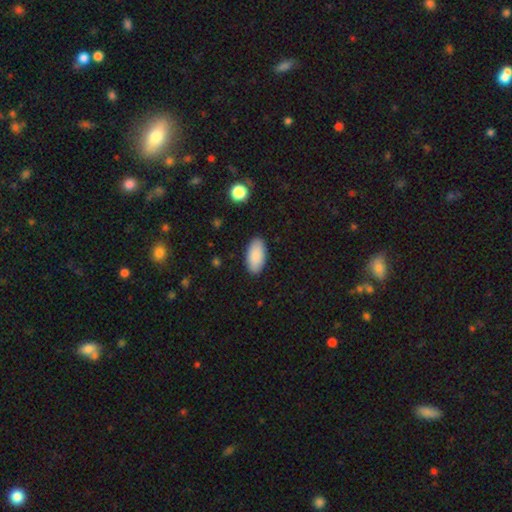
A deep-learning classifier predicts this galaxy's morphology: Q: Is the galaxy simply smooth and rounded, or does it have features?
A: smooth — 88%.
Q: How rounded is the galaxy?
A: in between — 94%.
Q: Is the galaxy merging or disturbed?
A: none — 89%.